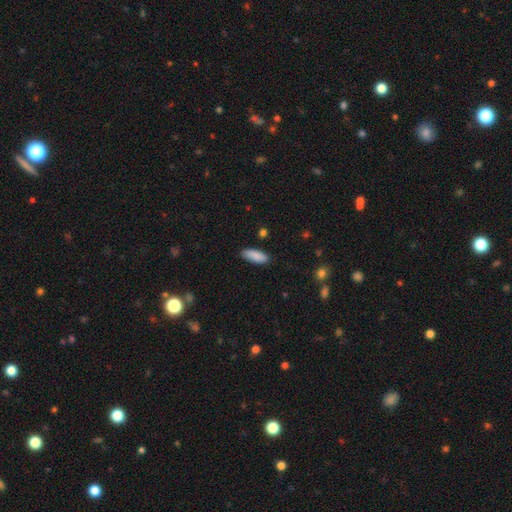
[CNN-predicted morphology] smooth 89%, star or artifact 6%, featured or disk 5%. Down the decision tree: how rounded — in between (70%); merging — none (87%).